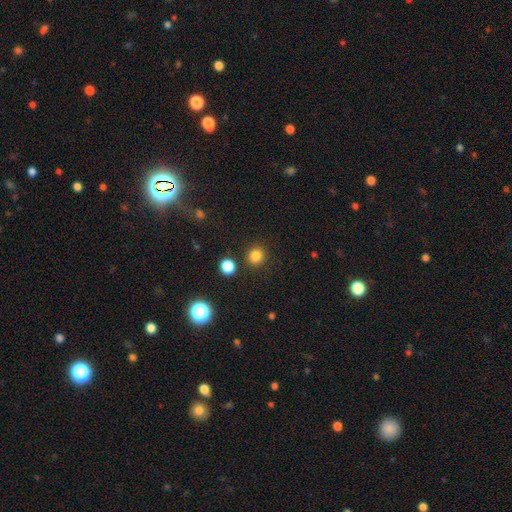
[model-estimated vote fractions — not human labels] smooth 83%, star or artifact 13%, featured or disk 4%. Down the decision tree: how rounded — round (86%); merging — none (87%).